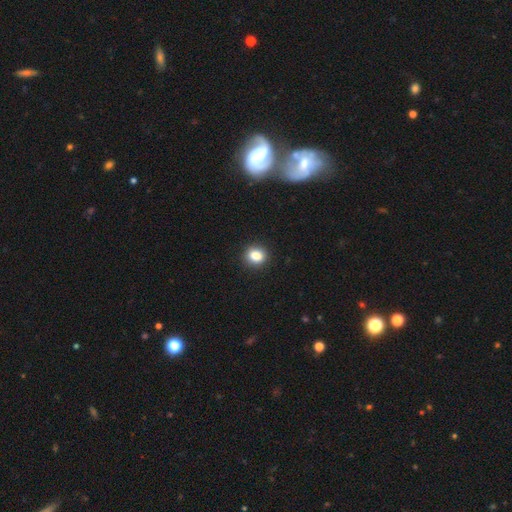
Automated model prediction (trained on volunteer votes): smooth-or-featured: smooth: 85% | star or artifact: 10% | featured or disk: 5%
  how-rounded: round: 68% | in between: 31% | cigar-shaped: 1%
  merging: none: 90% | minor disturbance: 7% | major disturbance: 2% | merger: 1%